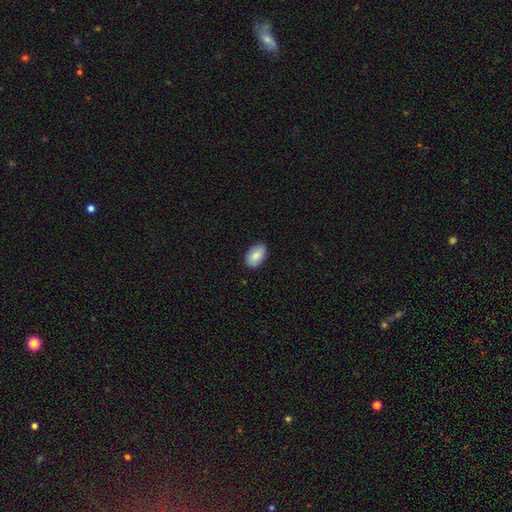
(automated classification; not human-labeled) smooth-or-featured: smooth: 85% | featured or disk: 8% | star or artifact: 6%
  how-rounded: in between: 92% | round: 7% | cigar-shaped: 1%
  merging: none: 86% | minor disturbance: 11% | major disturbance: 2% | merger: 1%